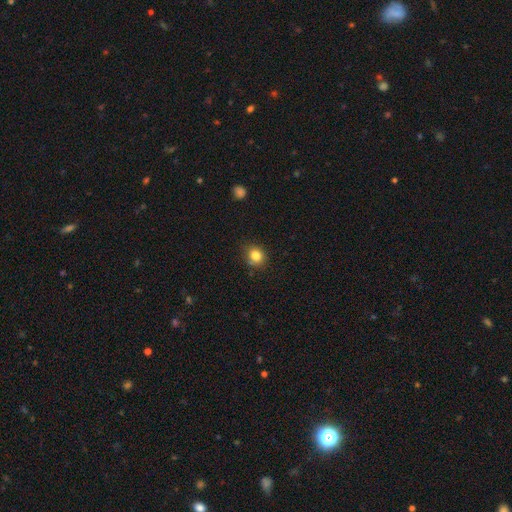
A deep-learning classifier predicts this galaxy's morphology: This appears to be a smooth galaxy with no disk features (83%) that is round (68%). Merging: none (80%).